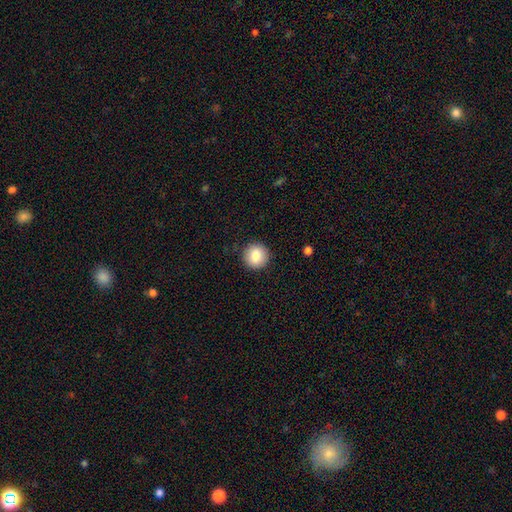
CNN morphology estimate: smooth 84%, star or artifact 8%, featured or disk 7%. Down the decision tree: how rounded — round (93%); merging — none (91%).